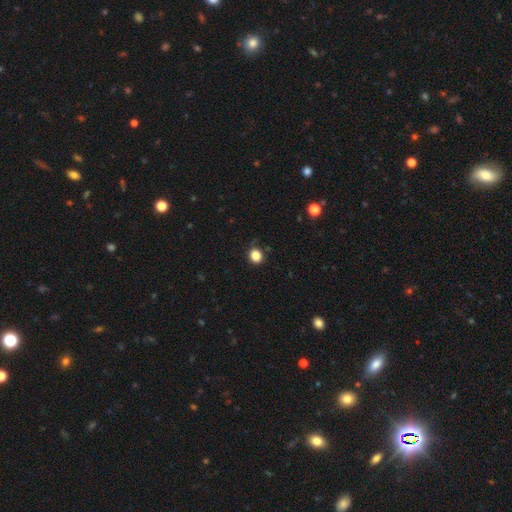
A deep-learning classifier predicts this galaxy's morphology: The model was most divided on "how rounded": round: 82%, in between: 17%, cigar-shaped: 1%. More confident: merging — none (85%); smooth or featured — smooth (85%).